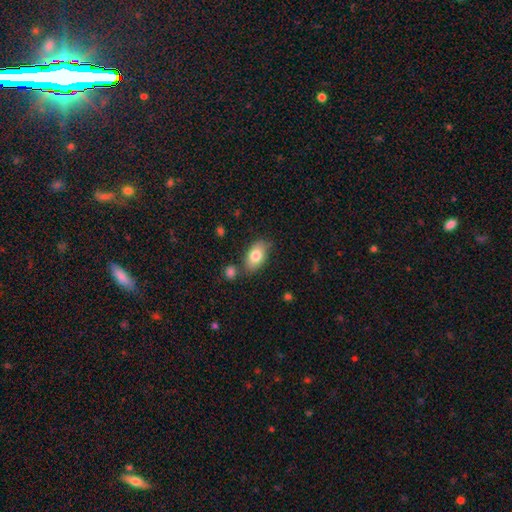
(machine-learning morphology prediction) The model was most divided on "merging": none: 74%, minor disturbance: 15%, merger: 8%, major disturbance: 3%. More confident: how rounded — in between (91%); smooth or featured — smooth (79%).